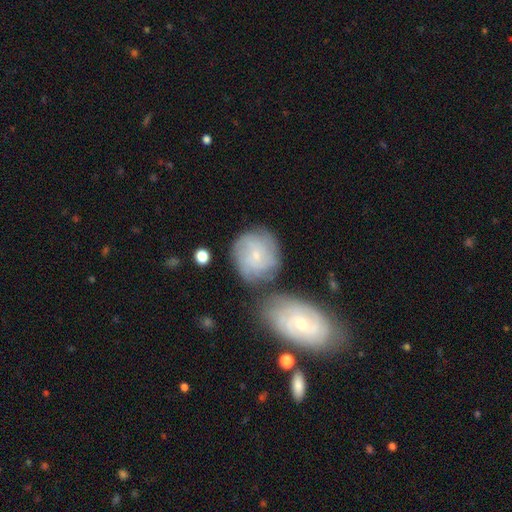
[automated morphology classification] Overall: featured or disk (53%; smooth 39%). Edge-on disk: no (96%). Bar: no (70%). Spiral arms: yes (83%). Bulge size: small (77%). Merging: none (56%; merger 21%).